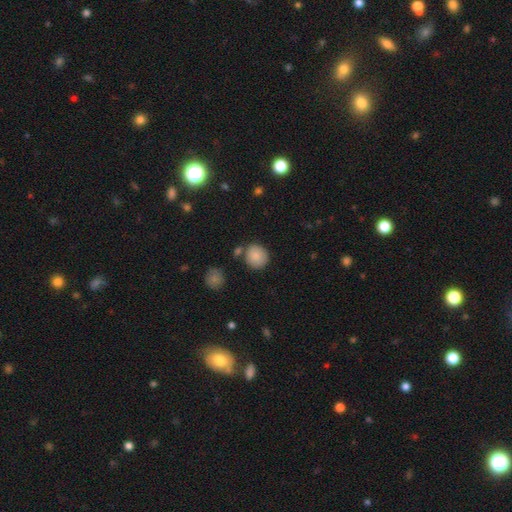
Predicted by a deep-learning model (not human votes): The model was most divided on "merging": none: 73%, minor disturbance: 13%, merger: 11%, major disturbance: 4%. More confident: smooth or featured — smooth (85%); how rounded — round (82%).